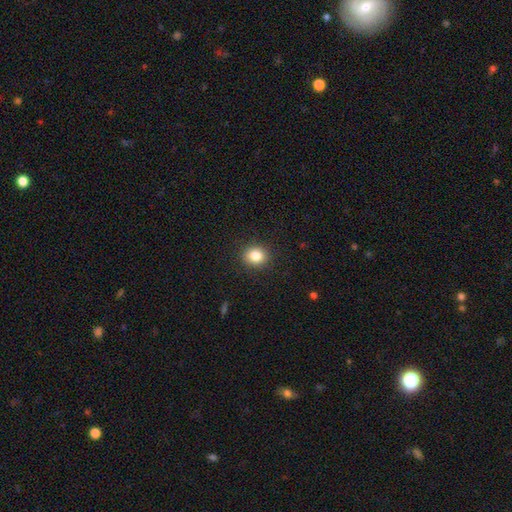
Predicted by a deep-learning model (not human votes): The model was most divided on "how rounded": round: 73%, in between: 26%, cigar-shaped: 1%. More confident: merging — none (90%); smooth or featured — smooth (84%).